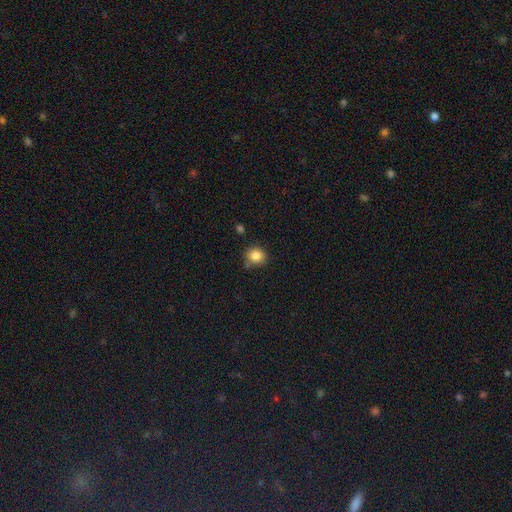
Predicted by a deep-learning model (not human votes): A smooth galaxy with no disk features (84%) that is round (81%).

Vote fractions:
- Smooth or featured? smooth: 84% / star or artifact: 10% / featured or disk: 6%
- How rounded? round: 81% / in between: 18% / cigar-shaped: 1%
- Merging? none: 80% / minor disturbance: 12% / merger: 5% / major disturbance: 3%